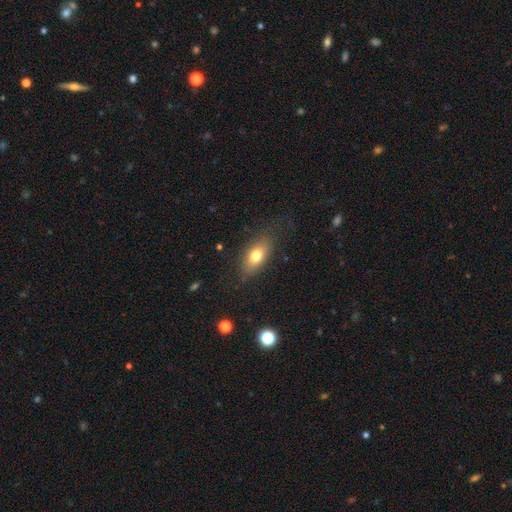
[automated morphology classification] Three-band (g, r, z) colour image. It shows a smooth galaxy with no disk features (74%) that is in between round and cigar-shaped (83%). Merging: none (75%).